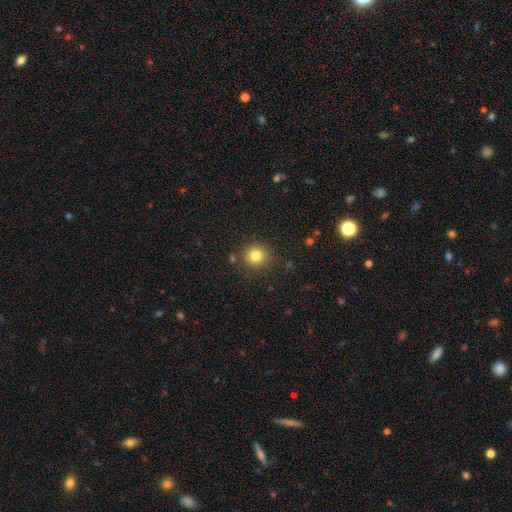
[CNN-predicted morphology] Q: Smooth or featured?
A: smooth (81%); runner-up: star or artifact (12%)
Q: How rounded?
A: round (93%); runner-up: in between (6%)
Q: Merging?
A: none (87%); runner-up: minor disturbance (8%)